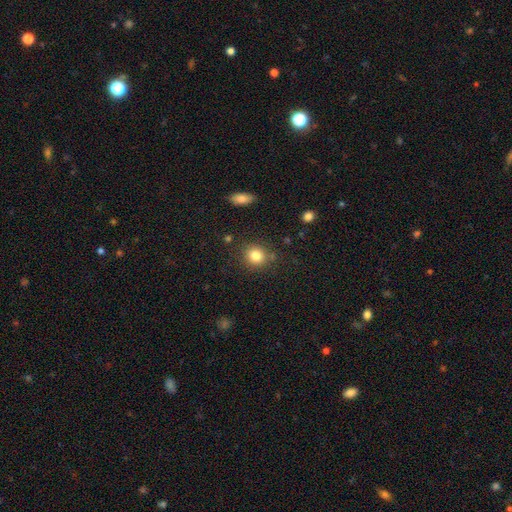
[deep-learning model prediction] The model was most divided on "how rounded": round: 85%, in between: 14%, cigar-shaped: 1%. More confident: merging — none (84%); smooth or featured — smooth (83%).